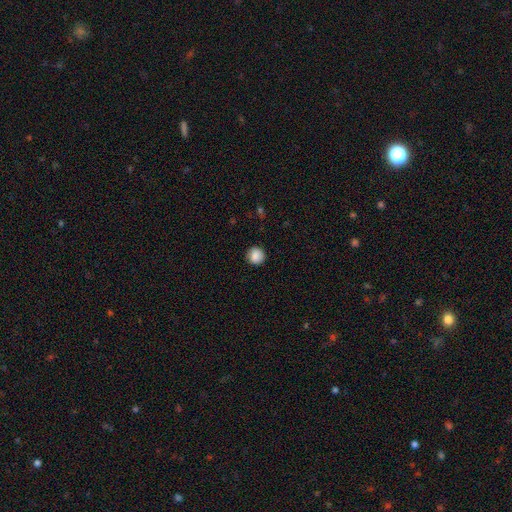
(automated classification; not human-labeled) smooth_or_featured: smooth (p=0.86) [alt: star or artifact p=0.08]
how_rounded: round (p=0.93) [alt: in between p=0.06]
merging: none (p=0.89) [alt: minor disturbance p=0.08]